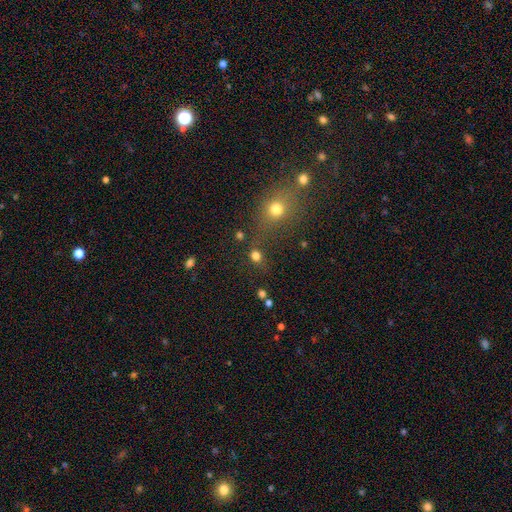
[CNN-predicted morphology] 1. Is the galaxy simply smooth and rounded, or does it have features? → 76% smooth, 17% star or artifact, 6% featured or disk.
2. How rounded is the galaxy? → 72% round, 26% in between, 2% cigar-shaped.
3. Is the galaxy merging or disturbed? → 65% none, 16% merger, 11% minor disturbance, 7% major disturbance.